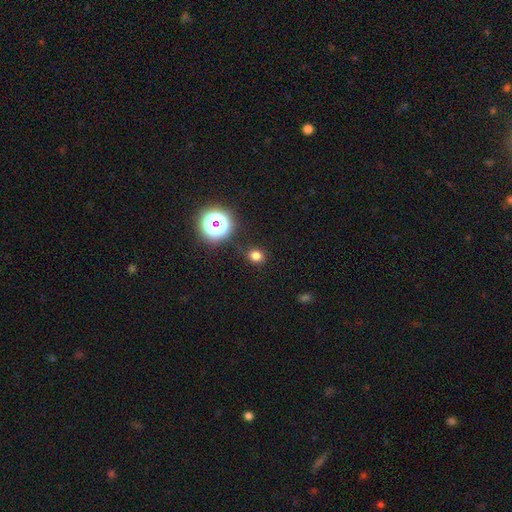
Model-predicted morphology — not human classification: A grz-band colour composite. It shows a smooth galaxy with no disk features (76%) that is round (74%). Merging: none (86%).